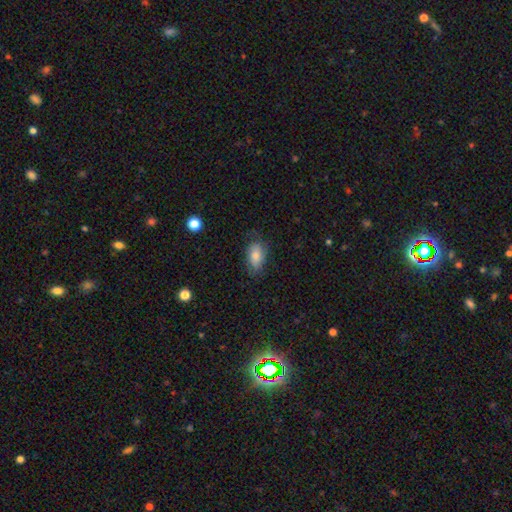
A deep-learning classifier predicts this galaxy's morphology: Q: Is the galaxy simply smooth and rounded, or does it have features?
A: smooth — 82%.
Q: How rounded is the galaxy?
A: in between — 91%.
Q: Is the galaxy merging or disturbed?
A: none — 69%.